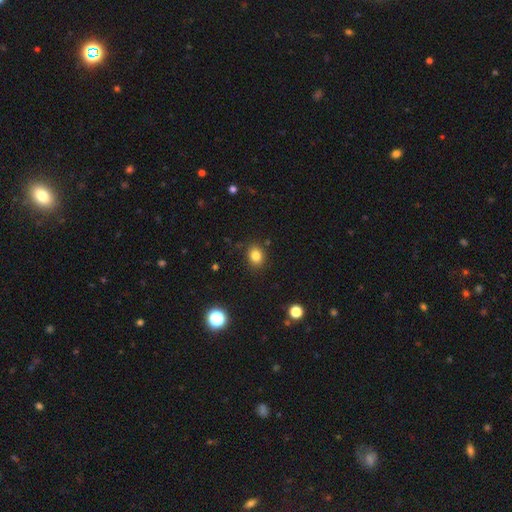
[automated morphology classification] This is clearly a smooth galaxy (82%). How rounded: possibly round (54%). Merging: clearly none (85%).